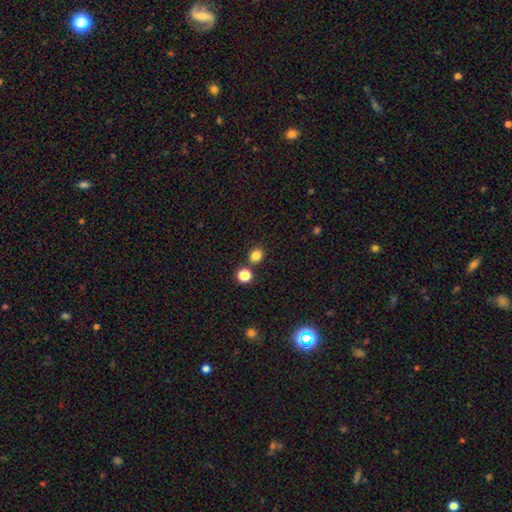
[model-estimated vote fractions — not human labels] smooth_or_featured: smooth (p=0.82) [alt: star or artifact p=0.13]
how_rounded: round (p=0.75) [alt: in between p=0.24]
merging: none (p=0.78) [alt: merger p=0.11]